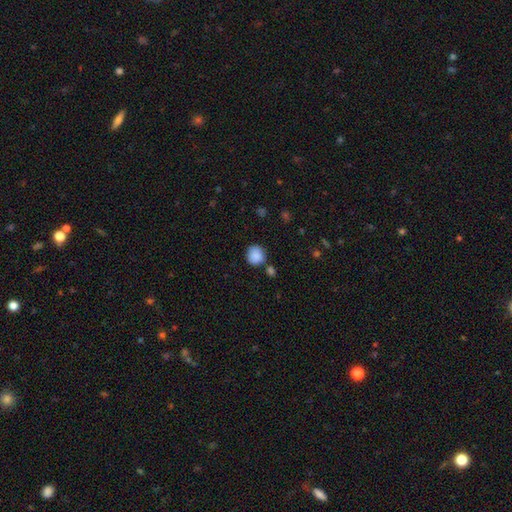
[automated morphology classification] Overall: smooth (88%). How rounded: round (89%). Merging: none (75%).